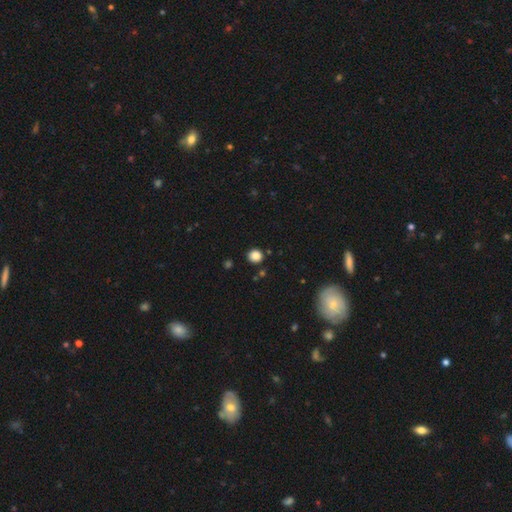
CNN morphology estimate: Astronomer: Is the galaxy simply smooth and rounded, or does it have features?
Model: smooth — 85%.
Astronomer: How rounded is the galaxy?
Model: round — 81%.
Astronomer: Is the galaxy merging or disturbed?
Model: none — 88%.